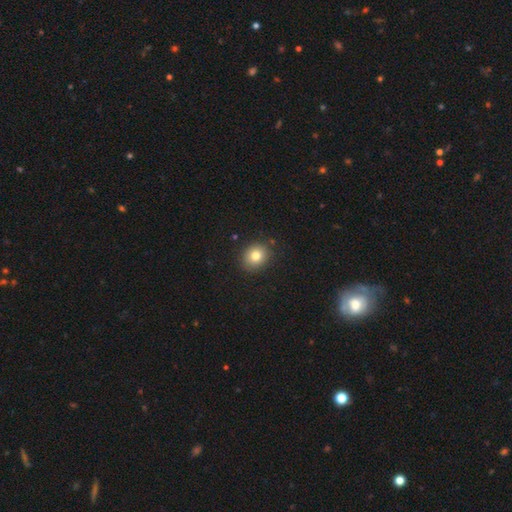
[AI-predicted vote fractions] Smooth or featured: smooth — 80% (star or artifact — 11%)
How rounded: round — 72% (in between — 28%)
Merging: none — 87% (minor disturbance — 9%)